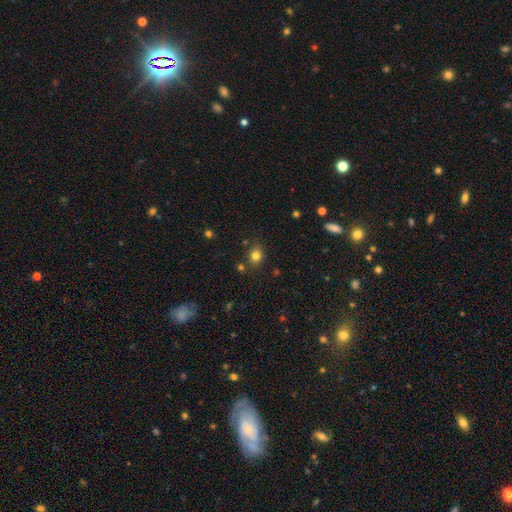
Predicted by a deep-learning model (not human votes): A smooth galaxy with no disk features (80%) that is round (53%). Merging: none (80%).